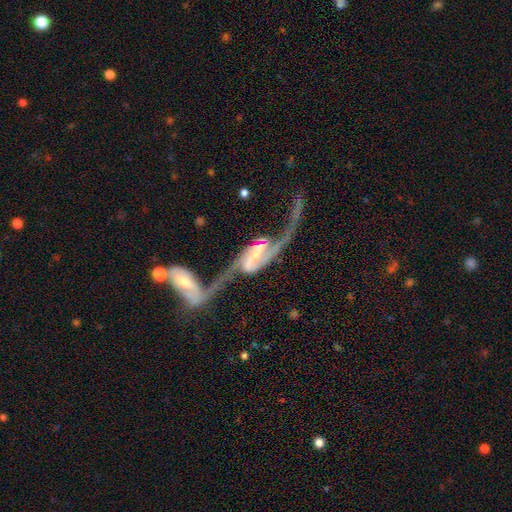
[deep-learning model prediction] featured or disk 89%, smooth 5%, star or artifact 5%. Down the decision tree: edge-on disk — no (93%); bar — strong (50%); spiral arms — yes (95%); spiral arm count — 2 (90%); spiral winding — loose (71%); bulge size — small (47%); merging — merger (62%).